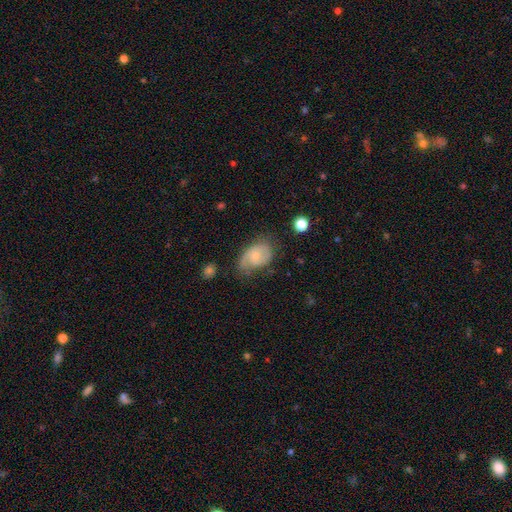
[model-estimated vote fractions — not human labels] The model was most divided on "smooth or featured": featured or disk: 54%, smooth: 39%, star or artifact: 7%. Remaining: edge-on disk — no (96%); spiral arms — yes (81%); bar — no (72%); bulge size — small (57%); merging — none (49%).